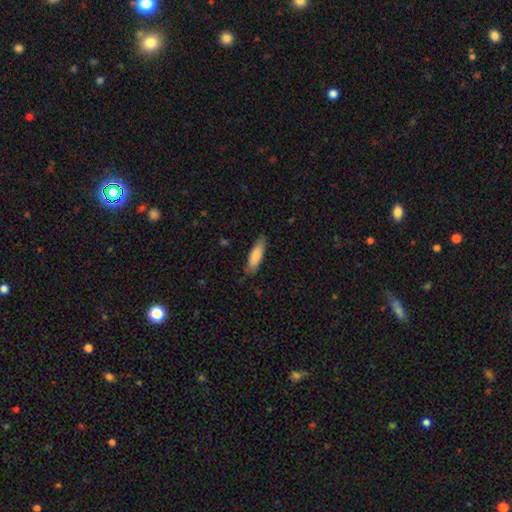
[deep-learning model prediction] Morphology: type=smooth (85%); roundness=cigar-shaped (52%); merging=none (77%).